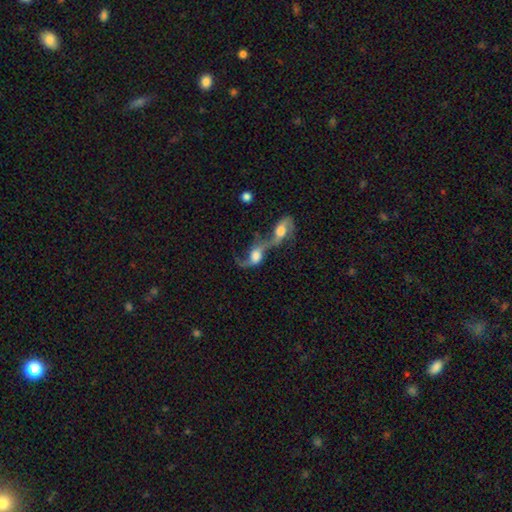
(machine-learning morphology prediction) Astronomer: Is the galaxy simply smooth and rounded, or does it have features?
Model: featured or disk — 63%.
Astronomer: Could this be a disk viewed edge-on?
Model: no — 91%.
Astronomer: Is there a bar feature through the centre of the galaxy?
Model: no — 58%.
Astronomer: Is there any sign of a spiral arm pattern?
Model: yes — 83%.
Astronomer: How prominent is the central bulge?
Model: large — 43% (runner-up: moderate, 32%).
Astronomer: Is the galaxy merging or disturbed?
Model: merger — 81%.